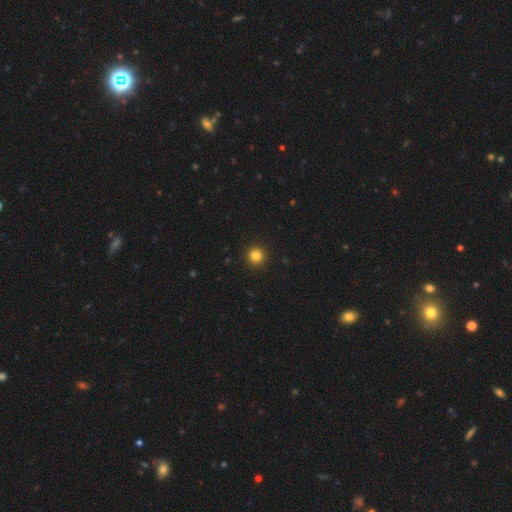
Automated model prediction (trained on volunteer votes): A smooth galaxy with no disk features (83%) that is round (96%).

Vote fractions:
- Smooth or featured? smooth: 83% / star or artifact: 12% / featured or disk: 4%
- How rounded? round: 96% / in between: 3% / cigar-shaped: 1%
- Merging? none: 93% / minor disturbance: 4% / major disturbance: 2% / merger: 1%